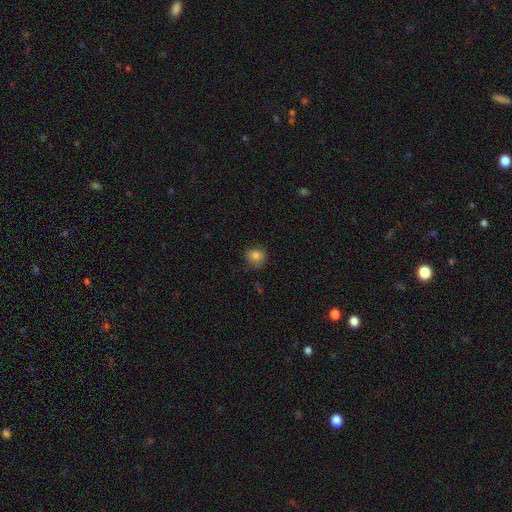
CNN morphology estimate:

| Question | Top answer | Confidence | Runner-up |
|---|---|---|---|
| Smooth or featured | smooth | 82% | star or artifact (11%) |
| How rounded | round | 75% | in between (24%) |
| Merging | none | 78% | minor disturbance (17%) |